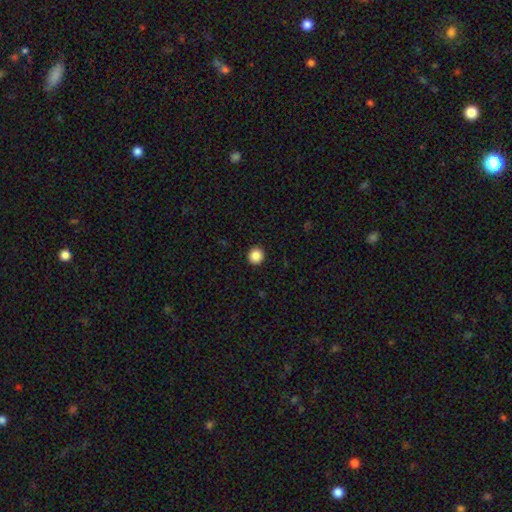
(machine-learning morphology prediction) Q: Smooth or featured?
A: smooth (87%); runner-up: star or artifact (10%)
Q: How rounded?
A: round (94%); runner-up: in between (5%)
Q: Merging?
A: none (93%); runner-up: minor disturbance (4%)